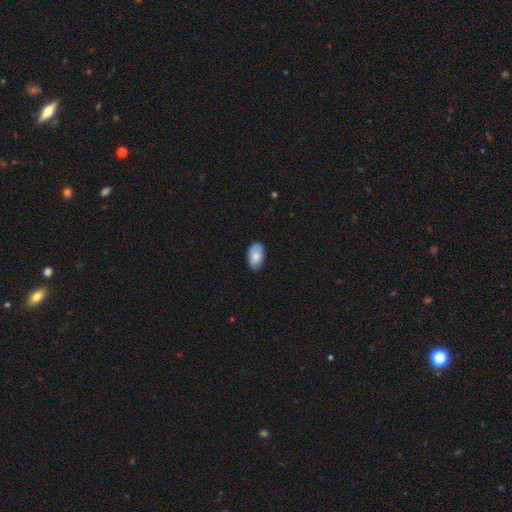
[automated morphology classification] This is likely a smooth galaxy (79%). How rounded: clearly in between (94%). Merging: likely none (77%).